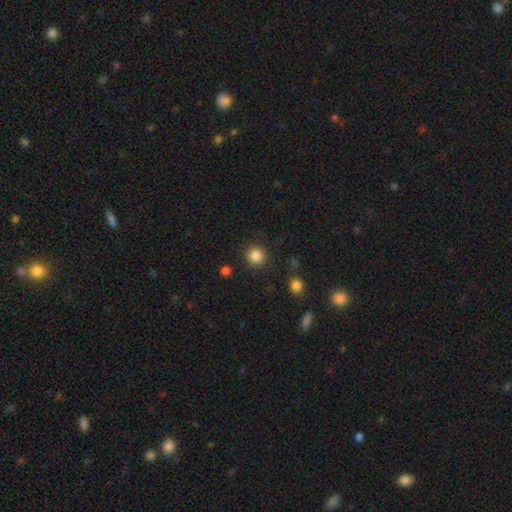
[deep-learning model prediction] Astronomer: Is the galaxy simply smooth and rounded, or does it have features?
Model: smooth — 85%.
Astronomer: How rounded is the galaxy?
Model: round — 94%.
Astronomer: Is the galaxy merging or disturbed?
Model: none — 90%.